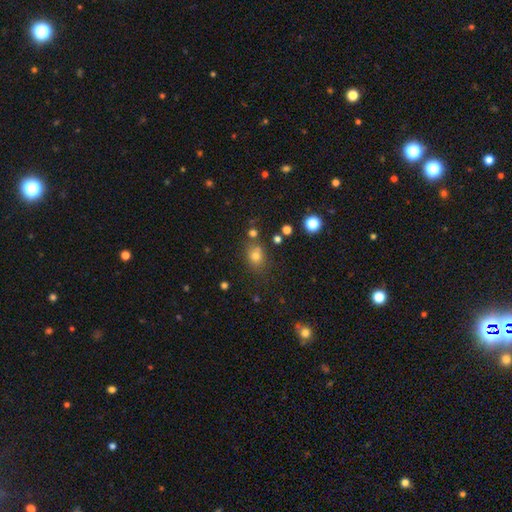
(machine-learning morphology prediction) The model was most divided on "how rounded": round: 56%, in between: 43%, cigar-shaped: 1%. More confident: smooth or featured — smooth (73%); merging — none (70%).